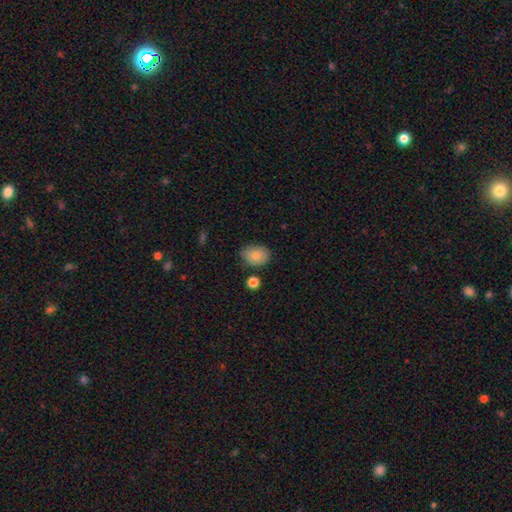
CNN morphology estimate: type=smooth (83%); roundness=in between (68%); merging=none (75%).